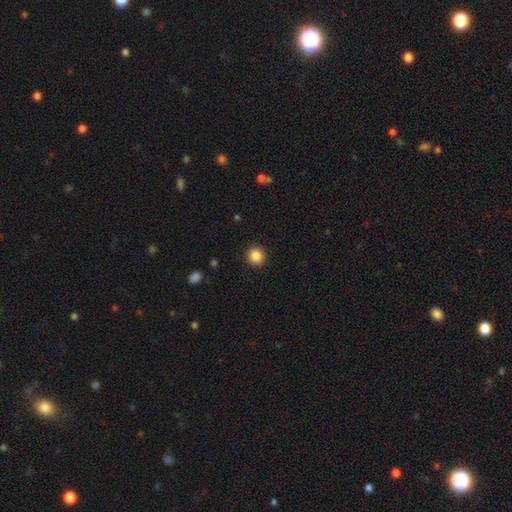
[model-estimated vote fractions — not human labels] This is clearly a smooth galaxy (87%). How rounded: clearly round (92%). Merging: clearly none (92%).